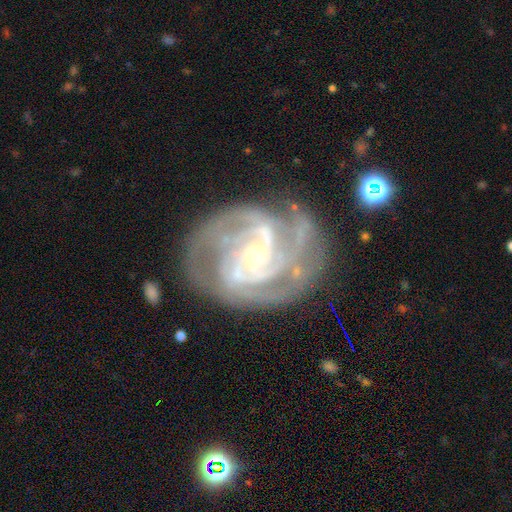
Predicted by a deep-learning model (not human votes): Smooth or featured?
  - featured or disk: 91% *
  - star or artifact: 5%
  - smooth: 4%
Edge-on disk?
  - no: 98% *
  - yes: 2%
Bar?
  - no: 48% *
  - weak: 35%
  - strong: 17%
Spiral arms?
  - yes: 98% *
  - no: 2%
Spiral winding?
  - tight: 60% *
  - medium: 35%
  - loose: 5%
Spiral arm count?
  - 3: 32% *
  - 2: 23%
  - 4: 17%
  - can't tell: 15%
  - more than 4: 6%
  - 1: 6%
Bulge size?
  - small: 70% *
  - moderate: 27%
  - large: 2%
  - none: 1%
  - dominant: 1%
Merging?
  - none: 71% *
  - minor disturbance: 18%
  - major disturbance: 9%
  - merger: 2%